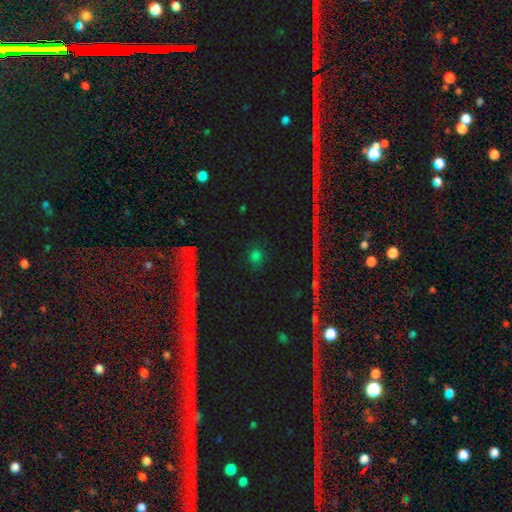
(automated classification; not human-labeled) smooth_or_featured: smooth (p=0.61) [alt: star or artifact p=0.30]
how_rounded: round (p=0.89) [alt: in between p=0.08]
merging: none (p=0.87) [alt: minor disturbance p=0.07]